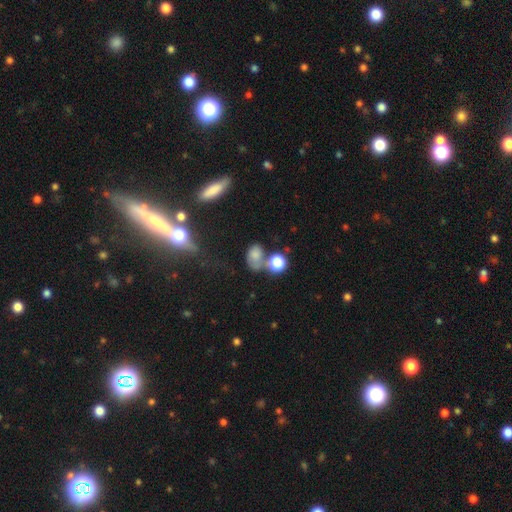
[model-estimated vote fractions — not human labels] Smooth or featured? smooth (70%)
How rounded? in between (61%)
Merging? merger (38%)